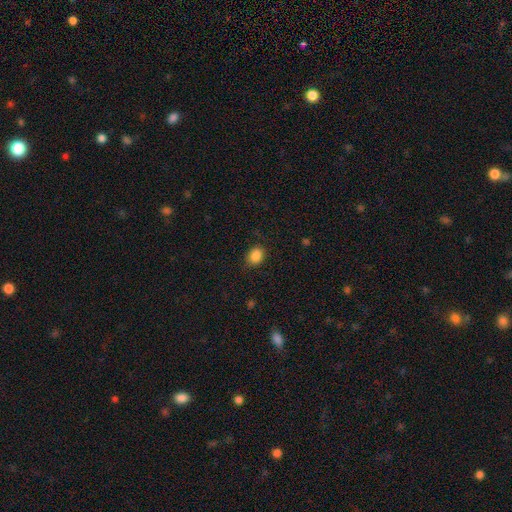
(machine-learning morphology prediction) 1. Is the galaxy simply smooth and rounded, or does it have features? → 86% smooth, 10% star or artifact, 4% featured or disk.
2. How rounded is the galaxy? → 59% in between, 40% round, 1% cigar-shaped.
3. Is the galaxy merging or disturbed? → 82% none, 14% minor disturbance, 3% major disturbance, 1% merger.